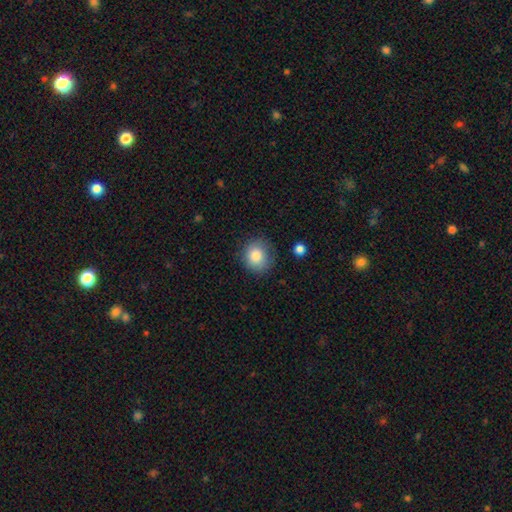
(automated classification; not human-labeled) Morphology: type=smooth (84%); roundness=round (82%); merging=none (79%).